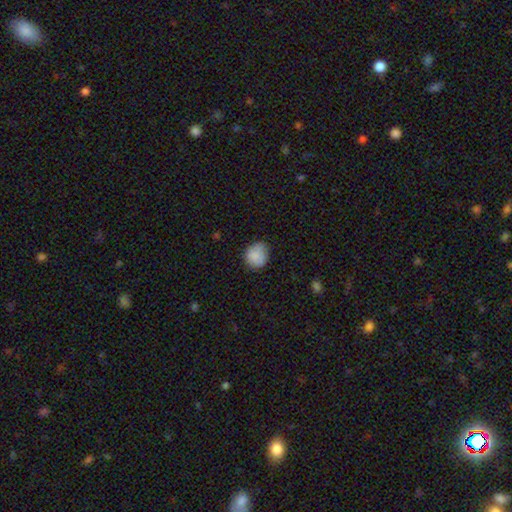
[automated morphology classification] smooth_or_featured: smooth (p=0.85) [alt: star or artifact p=0.08]
how_rounded: round (p=0.77) [alt: in between p=0.22]
merging: none (p=0.65) [alt: minor disturbance p=0.28]